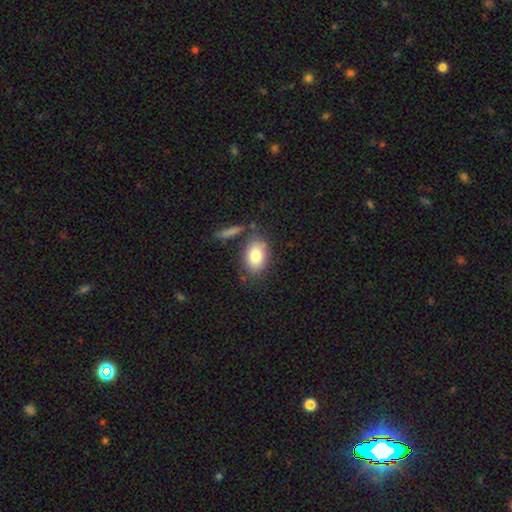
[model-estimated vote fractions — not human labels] This is clearly a smooth galaxy (82%). How rounded: clearly in between (85%). Merging: likely none (71%).